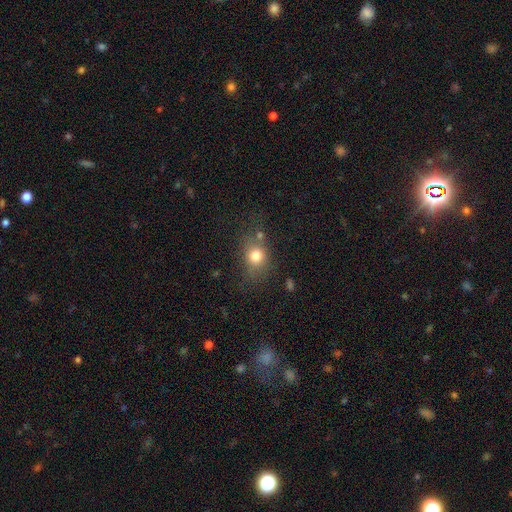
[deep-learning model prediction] smooth-or-featured: smooth: 76% | star or artifact: 13% | featured or disk: 11%
  how-rounded: round: 58% | in between: 41% | cigar-shaped: 2%
  merging: none: 63% | minor disturbance: 19% | major disturbance: 9% | merger: 8%